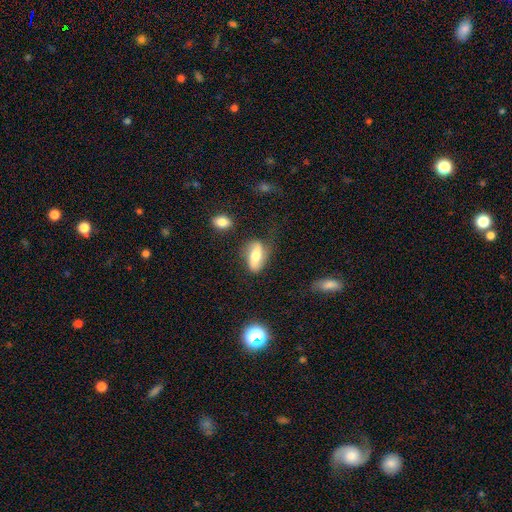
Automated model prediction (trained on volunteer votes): Smooth or featured?
  - smooth: 50% *
  - featured or disk: 42%
  - star or artifact: 8%
Merging?
  - none: 62% *
  - minor disturbance: 24%
  - major disturbance: 10%
  - merger: 4%